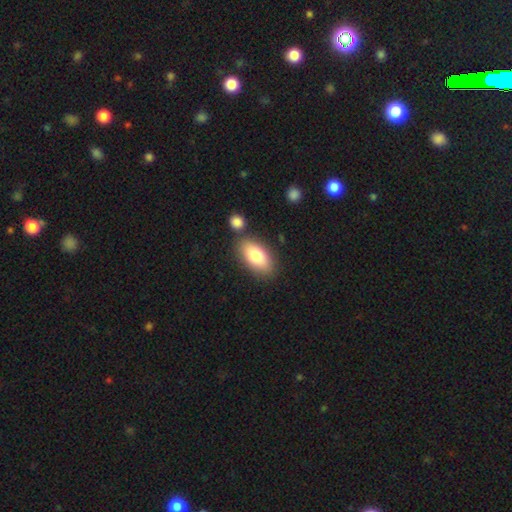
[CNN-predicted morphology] This appears to be a smooth galaxy with no disk features (80%) that is in between round and cigar-shaped (91%). Merging: none (77%).